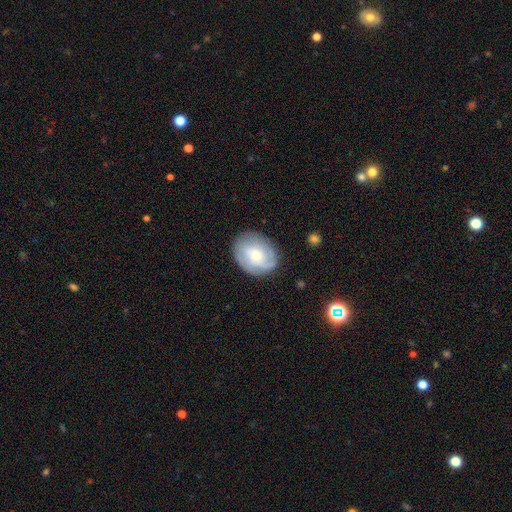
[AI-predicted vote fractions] A featured or disk galaxy (49%). Merging: none (78%).